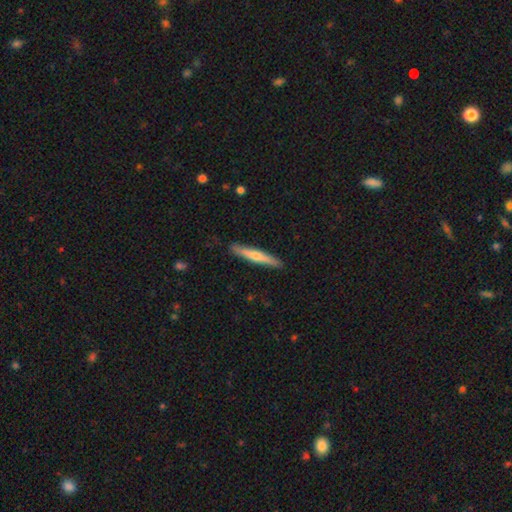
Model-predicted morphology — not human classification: Overall: smooth (50%; featured or disk 45%). Merging: none (89%).